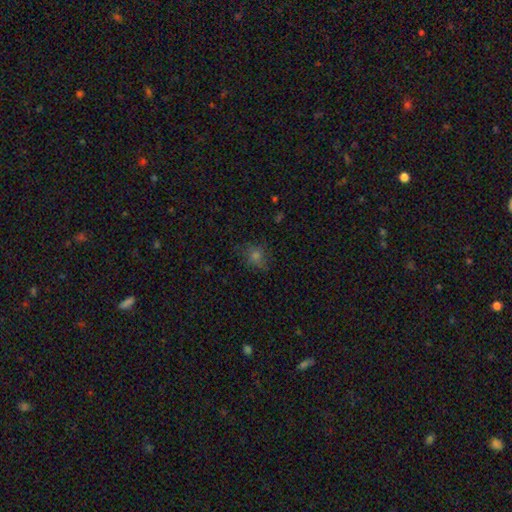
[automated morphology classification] Q: Smooth or featured?
A: smooth (55%); runner-up: star or artifact (30%)
Q: How rounded?
A: round (72%); runner-up: in between (27%)
Q: Merging?
A: none (73%); runner-up: minor disturbance (18%)